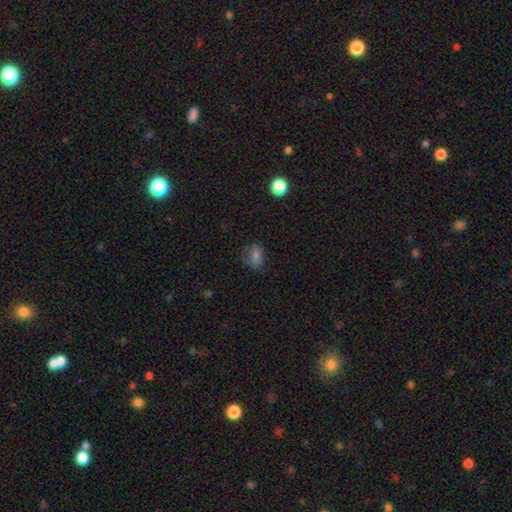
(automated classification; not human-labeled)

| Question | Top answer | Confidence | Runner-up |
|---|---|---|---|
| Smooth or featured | smooth | 71% | star or artifact (17%) |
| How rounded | in between | 64% | round (34%) |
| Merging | none | 66% | minor disturbance (22%) |